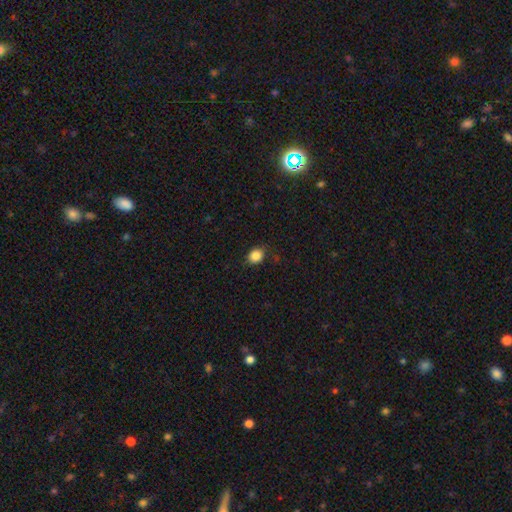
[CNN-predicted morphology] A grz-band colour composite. It shows a smooth galaxy with no disk features (86%) that is round (57%). Merging: none (83%).